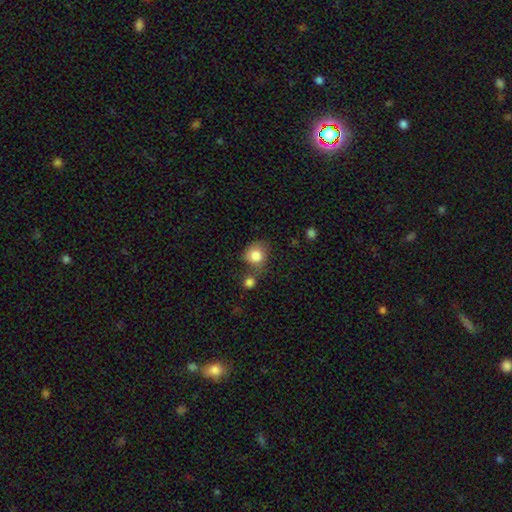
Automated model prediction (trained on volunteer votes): smooth 83%, star or artifact 9%, featured or disk 8%. Down the decision tree: how rounded — round (75%); merging — none (54%).